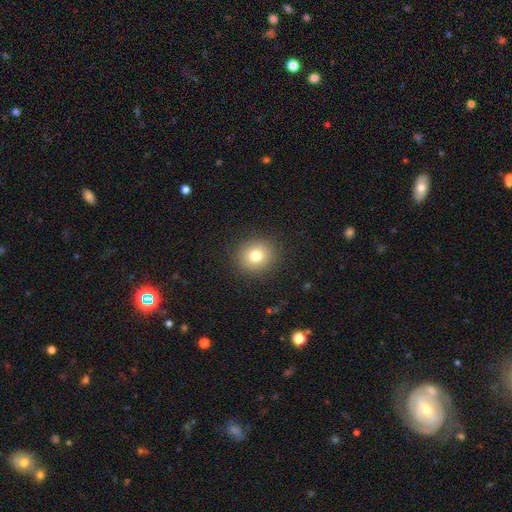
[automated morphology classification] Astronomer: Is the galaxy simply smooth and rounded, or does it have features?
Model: smooth — 78%.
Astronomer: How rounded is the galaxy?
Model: round — 85%.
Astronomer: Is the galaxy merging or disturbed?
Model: none — 90%.